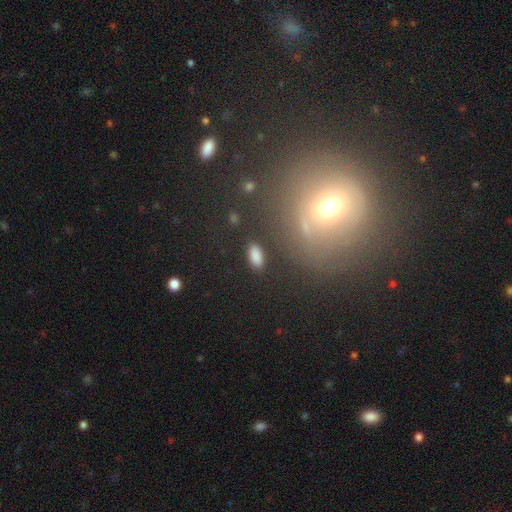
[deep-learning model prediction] This appears to be a smooth galaxy with no disk features (85%) that is in between round and cigar-shaped (91%). Merging: none (86%).